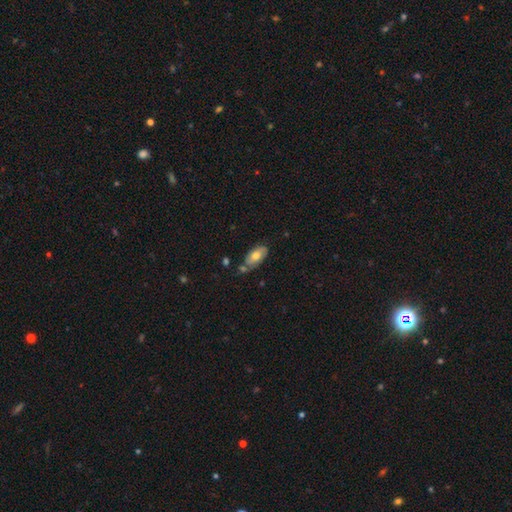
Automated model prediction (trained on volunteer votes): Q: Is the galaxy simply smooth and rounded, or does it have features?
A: smooth — 62%.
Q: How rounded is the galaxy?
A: in between — 92%.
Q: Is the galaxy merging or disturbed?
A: none — 60%.